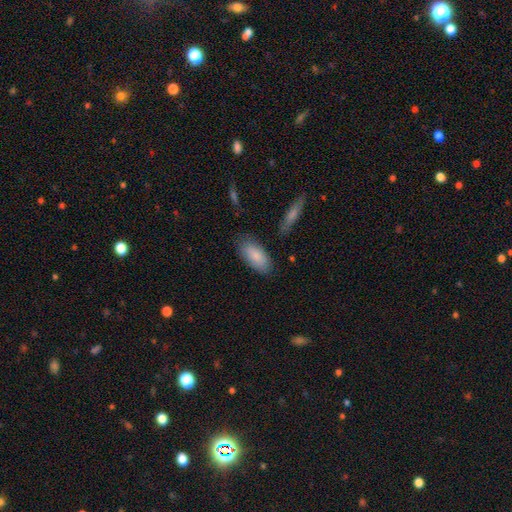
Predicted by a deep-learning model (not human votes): Overall: smooth (85%). How rounded: in between (88%). Merging: none (80%).